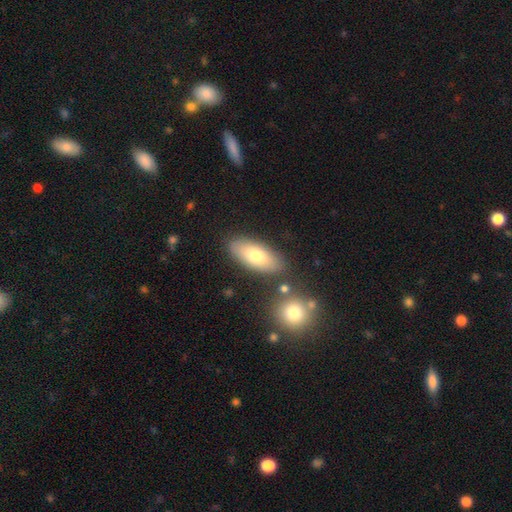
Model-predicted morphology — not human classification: The model was most divided on "smooth or featured": smooth: 72%, featured or disk: 21%, star or artifact: 7%. More confident: how rounded — in between (83%); merging — none (81%).